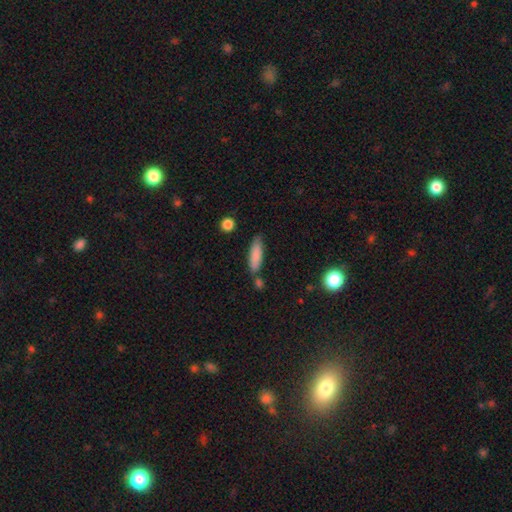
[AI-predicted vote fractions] Smooth or featured: smooth — 84% (featured or disk — 9%)
How rounded: cigar-shaped — 58% (in between — 40%)
Merging: none — 72% (minor disturbance — 16%)